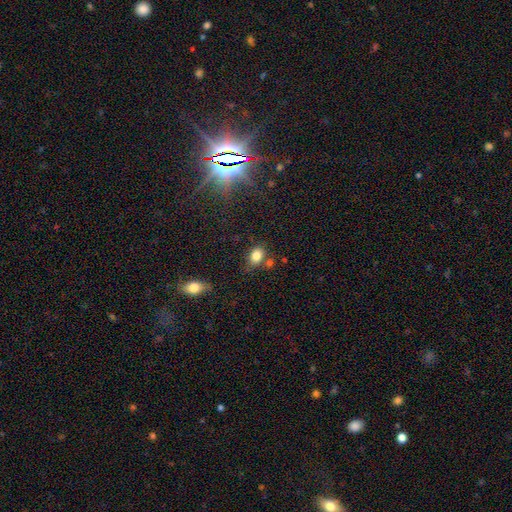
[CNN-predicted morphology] A smooth galaxy with no disk features (82%) that is in between round and cigar-shaped (73%). Merging: none (68%).